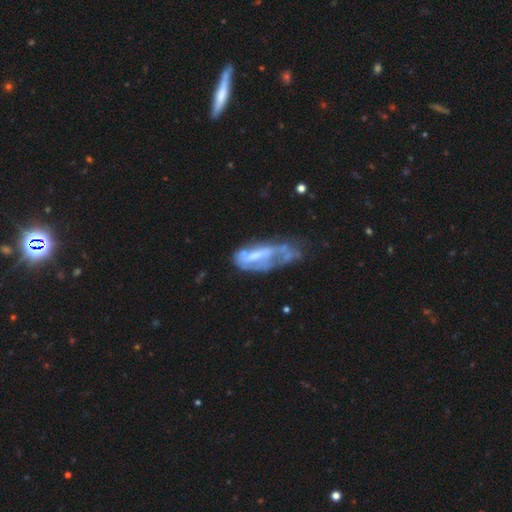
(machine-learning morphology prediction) Smooth or featured? featured or disk (62%)
Edge-on disk? no (88%)
Bar? no (46%)
Spiral arms? no (61%)
Bulge size? small (32%, tied with none)
Merging? major disturbance (37%)